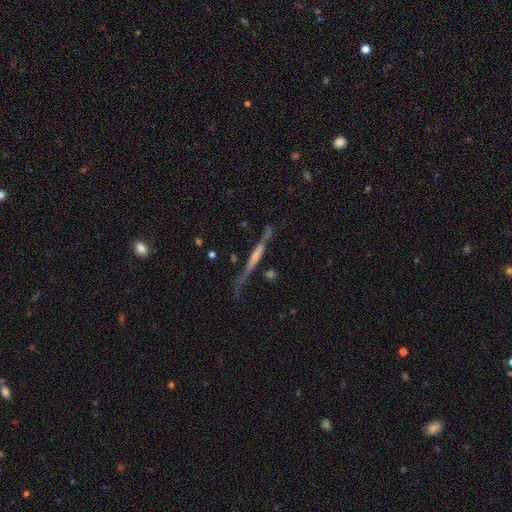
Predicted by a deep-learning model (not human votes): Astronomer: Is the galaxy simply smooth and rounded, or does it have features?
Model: featured or disk — 65%.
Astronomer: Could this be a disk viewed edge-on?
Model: yes — 92%.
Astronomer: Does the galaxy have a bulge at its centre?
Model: none — 49% (runner-up: rounded, 29%).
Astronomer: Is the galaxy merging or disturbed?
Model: none — 61%.